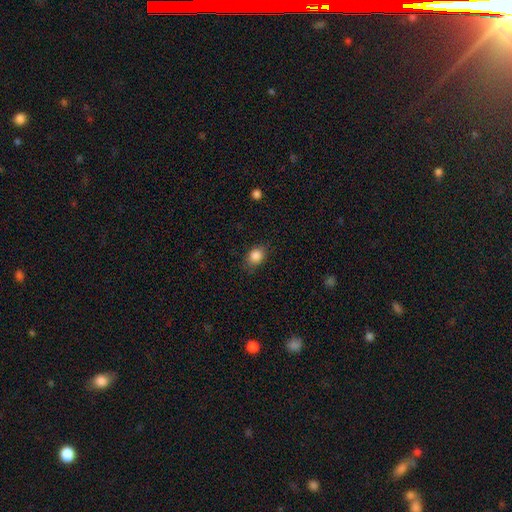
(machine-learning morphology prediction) Smooth or featured? Predicted: smooth (p=0.86). How rounded? Predicted: in between (p=0.56). Merging? Predicted: none (p=0.80).